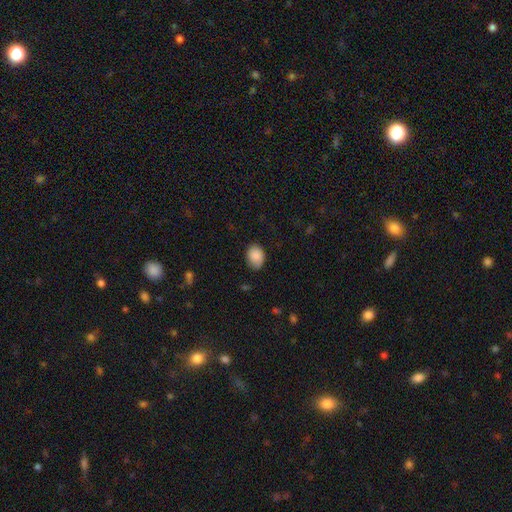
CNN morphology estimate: This appears to be a smooth galaxy with no disk features (88%) that is in between round and cigar-shaped (66%). Merging: none (74%).